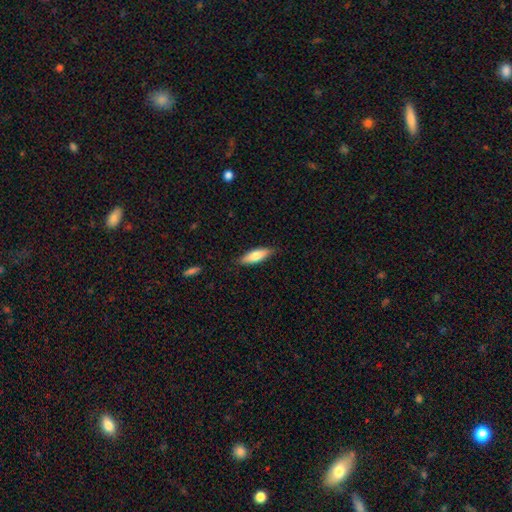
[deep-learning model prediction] This appears to be a smooth galaxy with no disk features (73%) that is in between round and cigar-shaped (53%). Merging: none (85%).